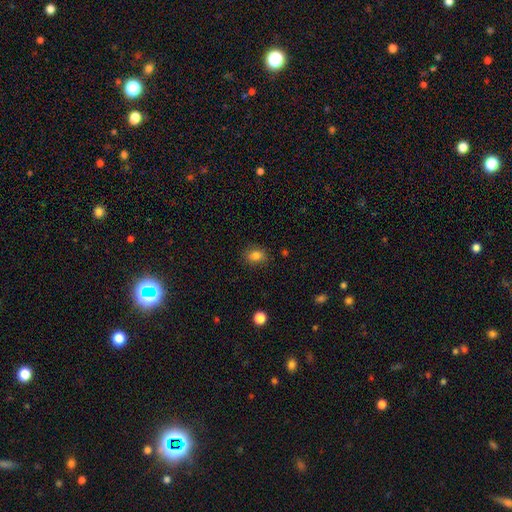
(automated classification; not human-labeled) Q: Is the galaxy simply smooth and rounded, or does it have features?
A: smooth — 81%.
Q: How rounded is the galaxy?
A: in between — 56%.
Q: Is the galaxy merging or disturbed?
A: none — 82%.